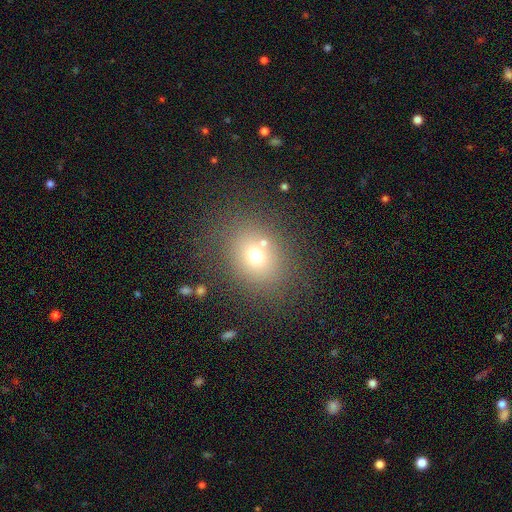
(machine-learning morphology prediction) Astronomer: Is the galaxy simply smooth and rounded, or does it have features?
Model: smooth — 67%.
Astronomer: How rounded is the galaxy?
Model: round — 54% (runner-up: in between, 45%).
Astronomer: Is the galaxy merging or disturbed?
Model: none — 74%.